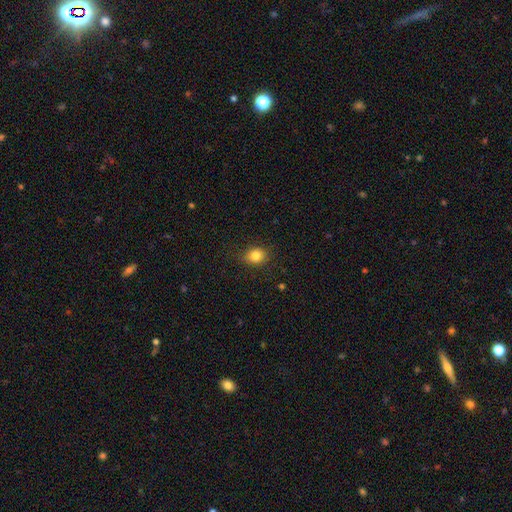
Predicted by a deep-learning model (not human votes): smooth 82%, star or artifact 11%, featured or disk 7%. Down the decision tree: how rounded — round (61%); merging — none (83%).